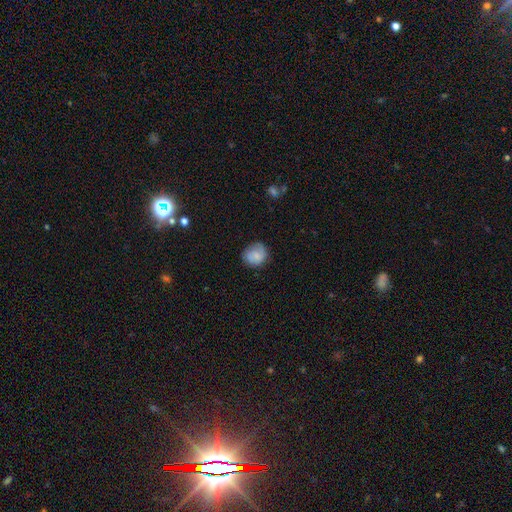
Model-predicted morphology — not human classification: smooth-or-featured: smooth: 67% | featured or disk: 25% | star or artifact: 8%
  how-rounded: round: 73% | in between: 26% | cigar-shaped: 1%
  merging: none: 70% | minor disturbance: 22% | major disturbance: 6% | merger: 1%